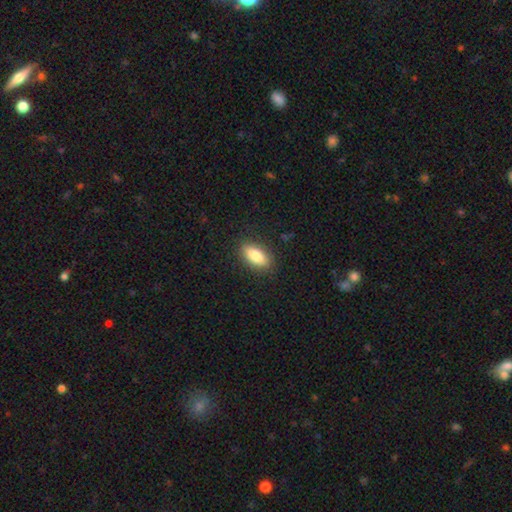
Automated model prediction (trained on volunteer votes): The model was most divided on "smooth or featured": smooth: 82%, featured or disk: 11%, star or artifact: 7%. More confident: merging — none (87%); how rounded — in between (86%).